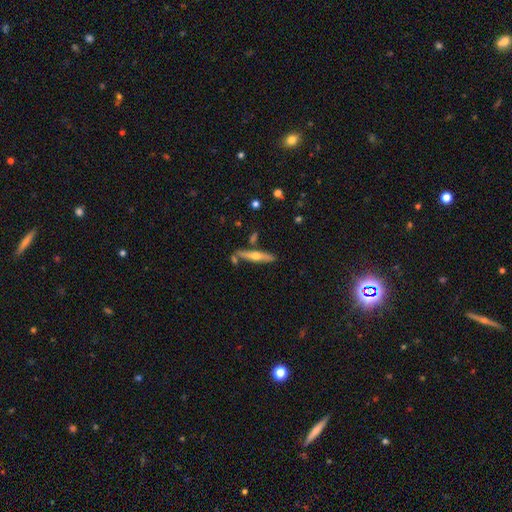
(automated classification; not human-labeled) smooth-or-featured: featured or disk: 60% | smooth: 34% | star or artifact: 6%
  disk-edge-on: yes: 94% | no: 6%
    edge-on-bulge: rounded: 92% | none: 5% | boxy: 3%
  merging: none: 77% | minor disturbance: 12% | merger: 8% | major disturbance: 3%